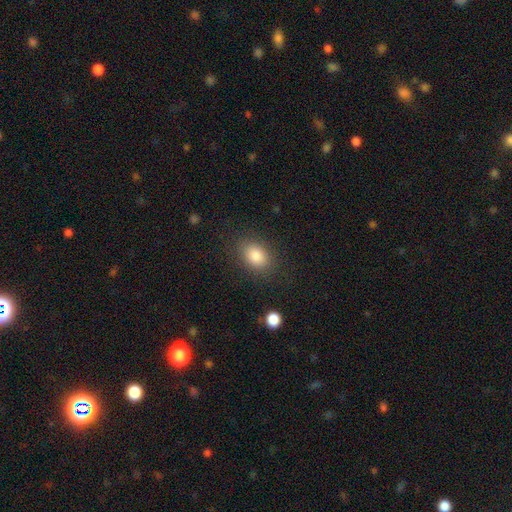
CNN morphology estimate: Smooth or featured: smooth — 84% (star or artifact — 9%)
How rounded: in between — 76% (round — 23%)
Merging: none — 84% (minor disturbance — 10%)